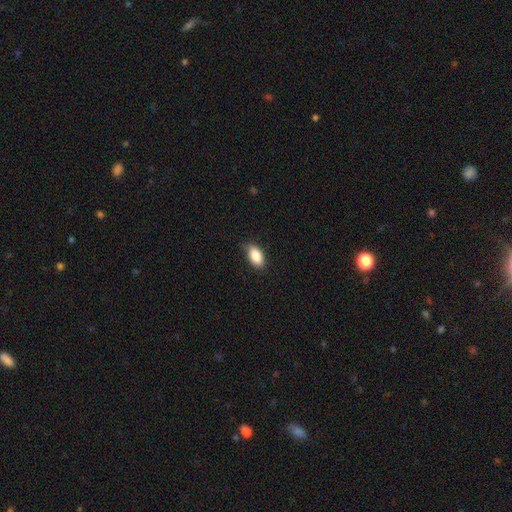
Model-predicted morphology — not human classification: This is clearly a smooth galaxy (87%). How rounded: clearly in between (91%). Merging: clearly none (81%).